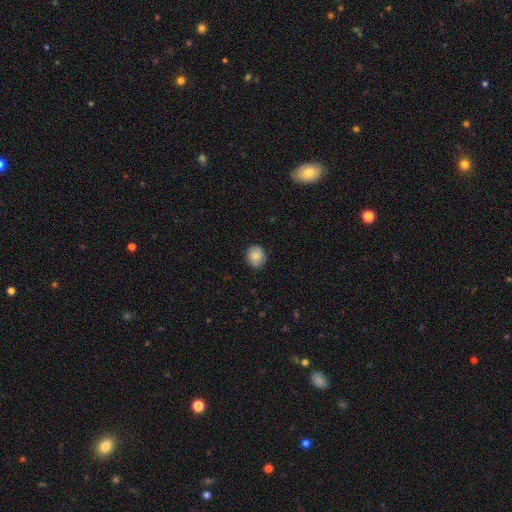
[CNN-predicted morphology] A smooth galaxy with no disk features (81%) that is round (67%). Merging: none (81%).